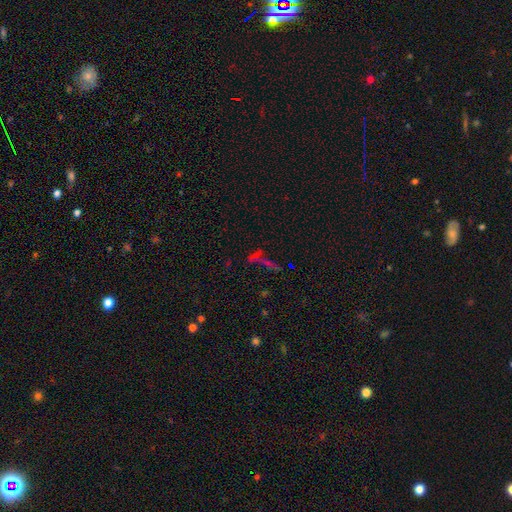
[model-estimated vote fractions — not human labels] Smooth or featured?
  - star or artifact: 55% *
  - smooth: 29%
  - featured or disk: 16%